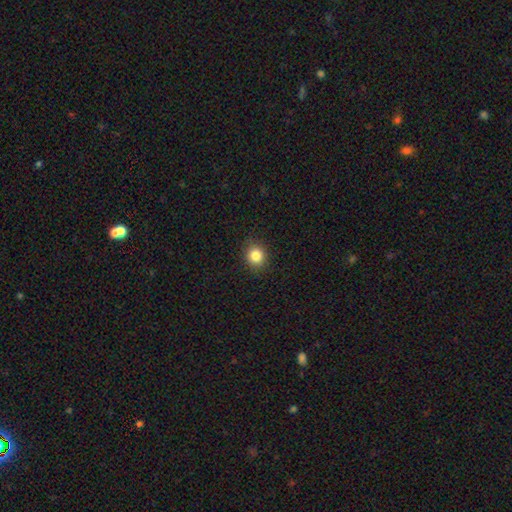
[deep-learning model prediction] Morphology: type=smooth (84%); roundness=round (79%); merging=none (90%).